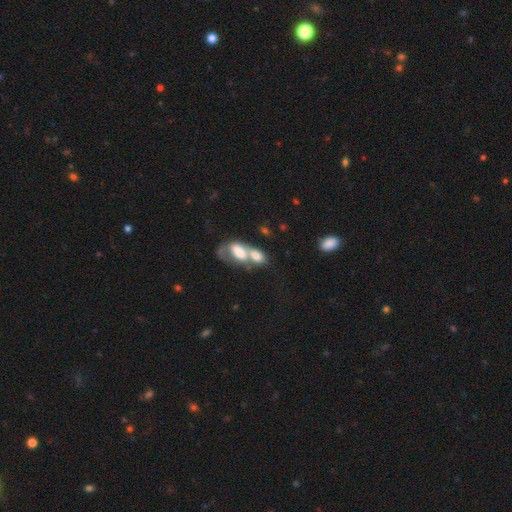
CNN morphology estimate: A smooth galaxy with no disk features (65%) that is in between round and cigar-shaped (87%).

Vote fractions:
- Smooth or featured? smooth: 65% / featured or disk: 26% / star or artifact: 9%
- How rounded? in between: 87% / round: 8% / cigar-shaped: 6%
- Merging? merger: 74% / none: 12% / major disturbance: 8% / minor disturbance: 6%